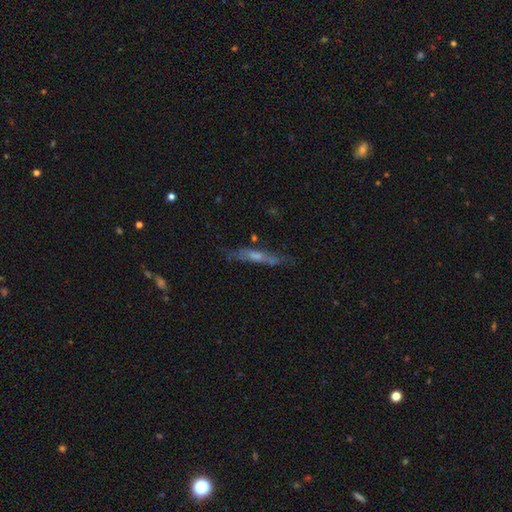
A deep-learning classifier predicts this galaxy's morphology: Overall: featured or disk (55%; smooth 34%). Edge-on disk: yes (75%). Merging: none (72%).